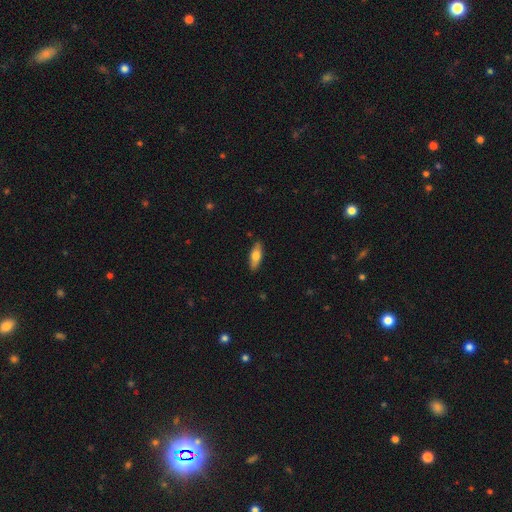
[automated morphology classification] Smooth or featured?
  - smooth: 67% *
  - featured or disk: 27%
  - star or artifact: 6%
How rounded?
  - in between: 59% *
  - cigar-shaped: 39%
  - round: 2%
Merging?
  - none: 87% *
  - minor disturbance: 10%
  - major disturbance: 2%
  - merger: 1%